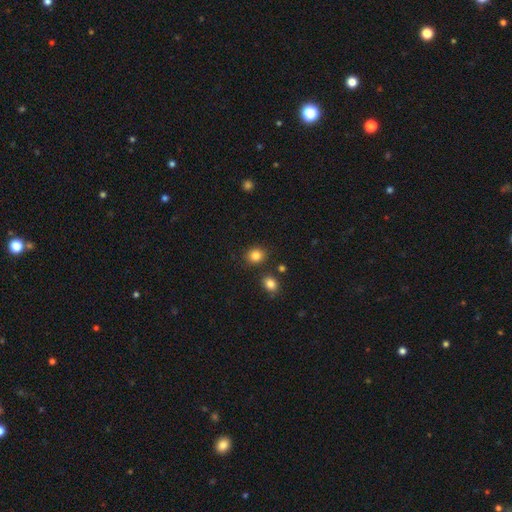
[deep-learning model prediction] smooth 85%, star or artifact 11%, featured or disk 5%. Down the decision tree: how rounded — round (75%); merging — none (83%).